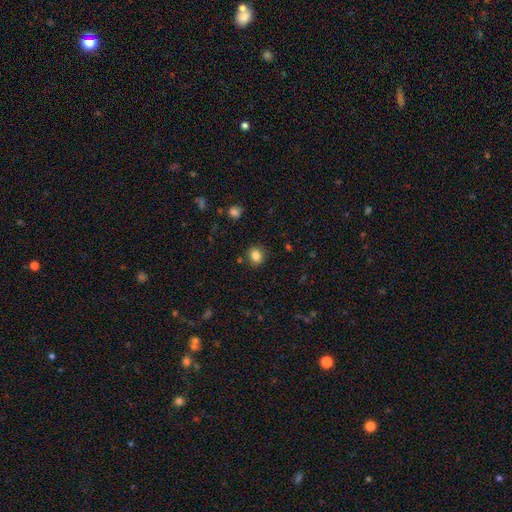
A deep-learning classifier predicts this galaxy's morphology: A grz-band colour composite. It shows a smooth galaxy with no disk features (84%) that is round (72%). Merging: none (84%).